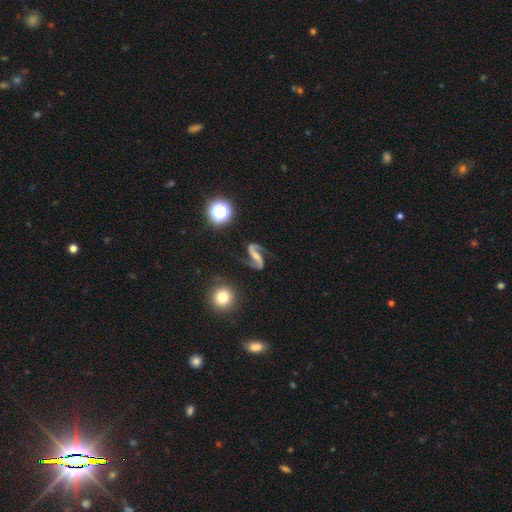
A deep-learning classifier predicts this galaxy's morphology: Smooth or featured: featured or disk — 88% (star or artifact — 7%)
Edge-on disk: no — 97% (yes — 3%)
Bar: strong — 45% (weak — 33%)
Spiral arms: yes — 97% (no — 3%)
Spiral winding: loose — 66% (medium — 28%)
Spiral arm count: 2 — 94% (1 — 2%)
Bulge size: small — 44% (none — 29%)
Merging: none — 77% (minor disturbance — 13%)